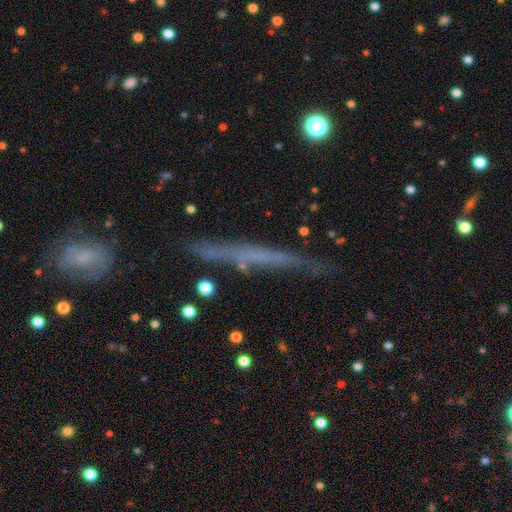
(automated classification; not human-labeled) Q: Smooth or featured?
A: featured or disk (51%); runner-up: smooth (37%)
Q: Edge-on disk?
A: yes (91%); runner-up: no (9%)
Q: Merging?
A: none (76%); runner-up: minor disturbance (17%)